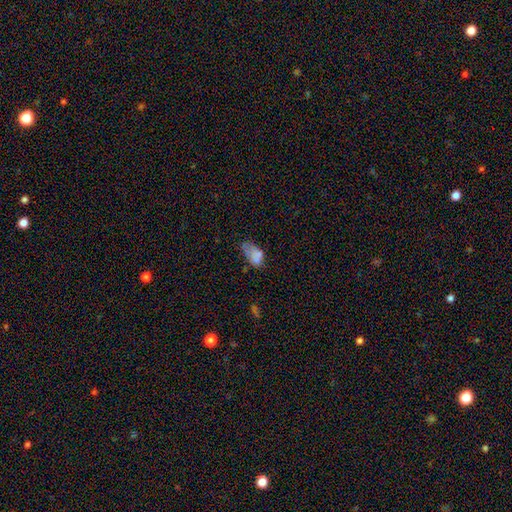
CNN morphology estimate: This is likely a smooth galaxy (66%). How rounded: clearly in between (91%). Merging: marginally none (30%, tied with minor disturbance).